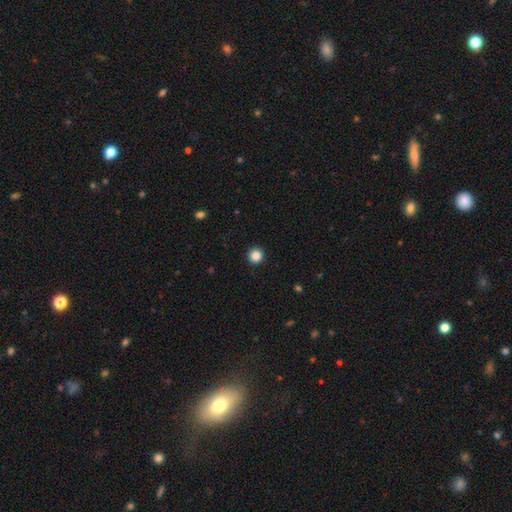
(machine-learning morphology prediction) Q: Smooth or featured?
A: smooth (86%); runner-up: star or artifact (10%)
Q: How rounded?
A: round (96%); runner-up: in between (3%)
Q: Merging?
A: none (93%); runner-up: minor disturbance (4%)